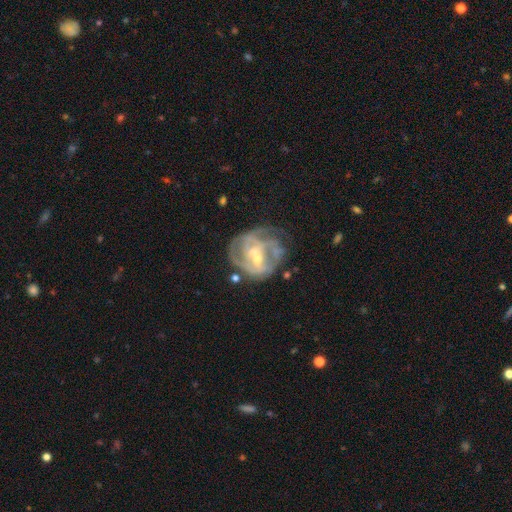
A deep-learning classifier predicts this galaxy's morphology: The model was most divided on "bar": no: 46%, weak: 38%, strong: 16%. Remaining: edge-on disk — no (97%); smooth or featured — featured or disk (78%); spiral arms — yes (69%); bulge size — small (57%); spiral winding — tight (48%); merging — none (44%); spiral arm count — can't tell (43%).